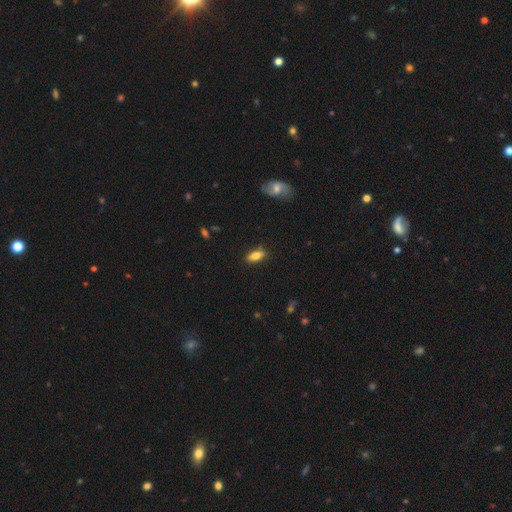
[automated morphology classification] This appears to be a smooth galaxy with no disk features (79%) that is in between round and cigar-shaped (80%). Merging: none (84%).